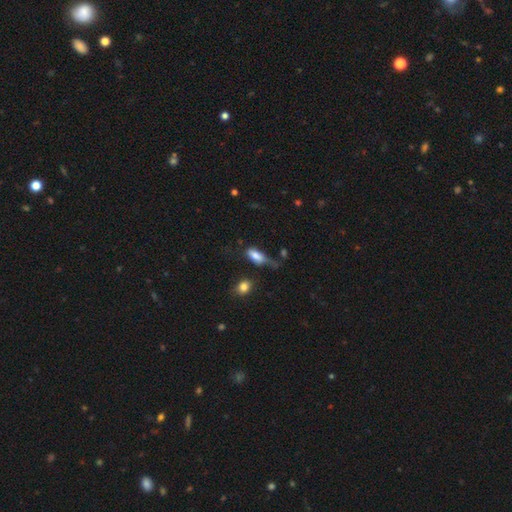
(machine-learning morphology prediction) smooth 77%, featured or disk 14%, star or artifact 9%. Down the decision tree: how rounded — in between (82%); merging — none (38%).